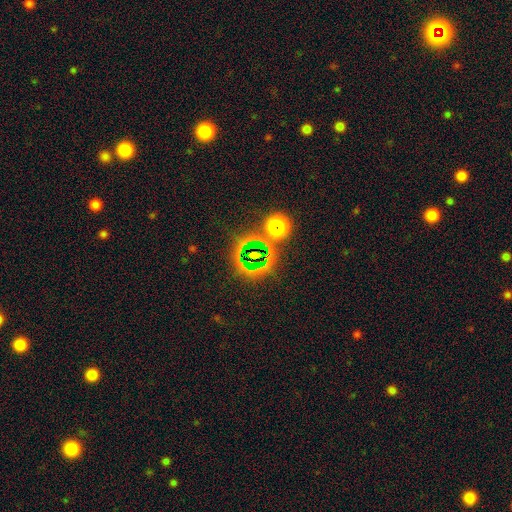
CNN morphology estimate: type=star or artifact (75%).